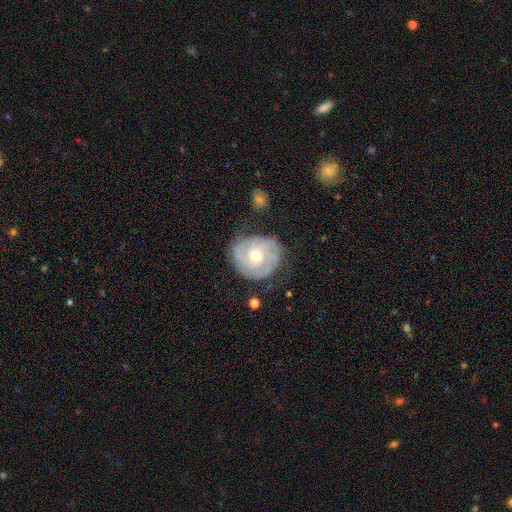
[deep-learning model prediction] The model was most divided on "spiral arm count": 3: 32%, can't tell: 25%, 2: 24%, 4: 9%, 1: 5%, more than 4: 4%. More confident: edge-on disk — no (98%); spiral arms — yes (93%); smooth or featured — featured or disk (81%); bar — no (72%); merging — none (72%); spiral winding — tight (67%); bulge size — moderate (61%).